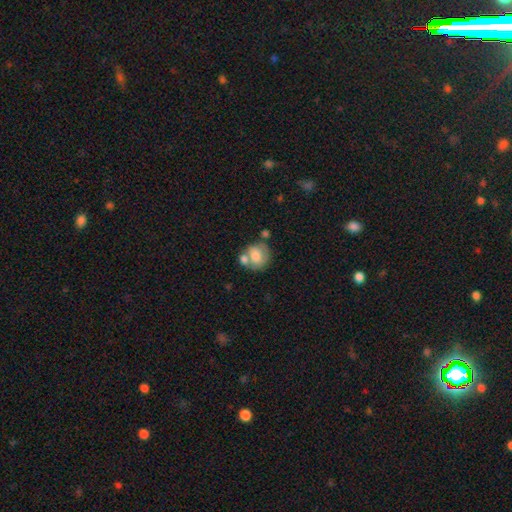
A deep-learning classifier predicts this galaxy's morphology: smooth 67%, featured or disk 25%, star or artifact 8%. Down the decision tree: how rounded — round (75%); merging — none (42%).